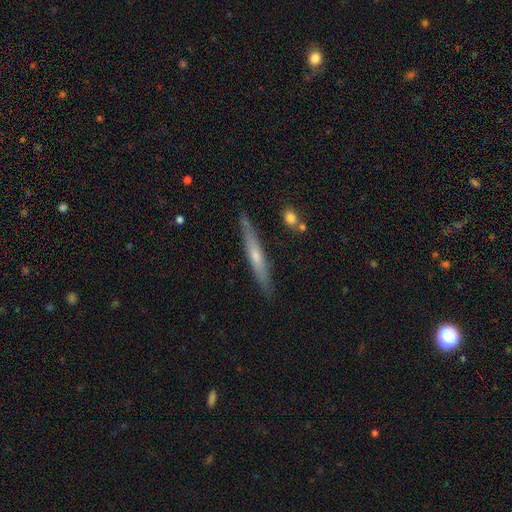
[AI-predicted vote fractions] smooth-or-featured: featured or disk: 58% | smooth: 35% | star or artifact: 6%
  disk-edge-on: yes: 94% | no: 6%
    edge-on-bulge: rounded: 60% | none: 36% | boxy: 4%
  merging: none: 87% | minor disturbance: 9% | merger: 2% | major disturbance: 2%